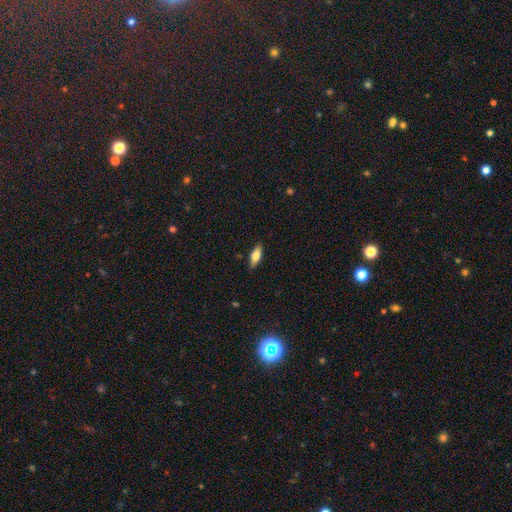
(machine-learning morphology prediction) Smooth or featured? smooth (71%)
How rounded? in between (73%)
Merging? none (88%)